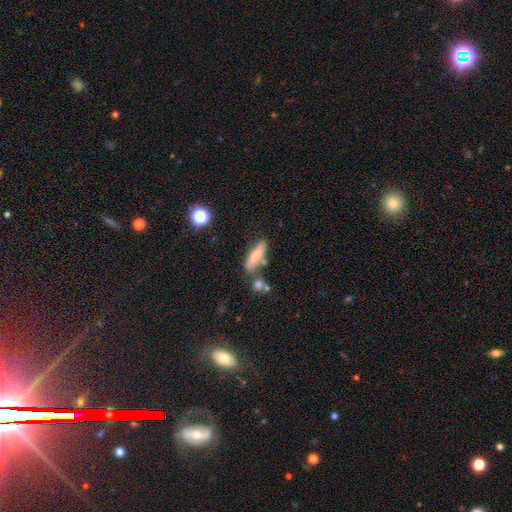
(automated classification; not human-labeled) Morphology: type=smooth (68%); roundness=cigar-shaped (59%); merging=none (66%).